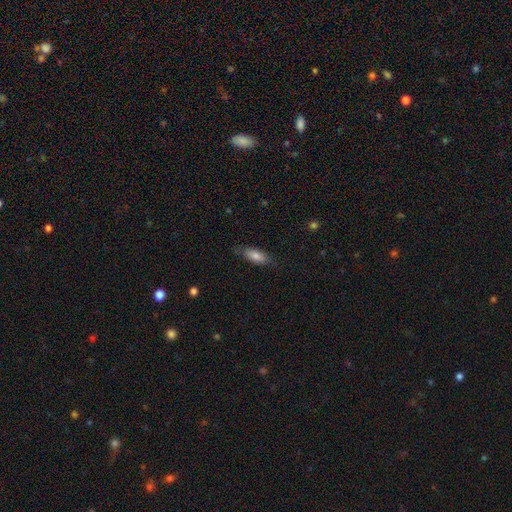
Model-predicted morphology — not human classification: This is likely a smooth galaxy (76%). How rounded: likely in between (70%). Merging: likely none (76%).